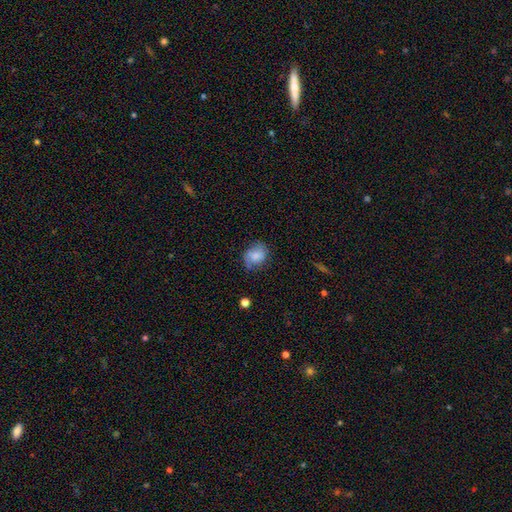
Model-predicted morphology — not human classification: type=smooth (69%); roundness=in between (51%); merging=none (60%).